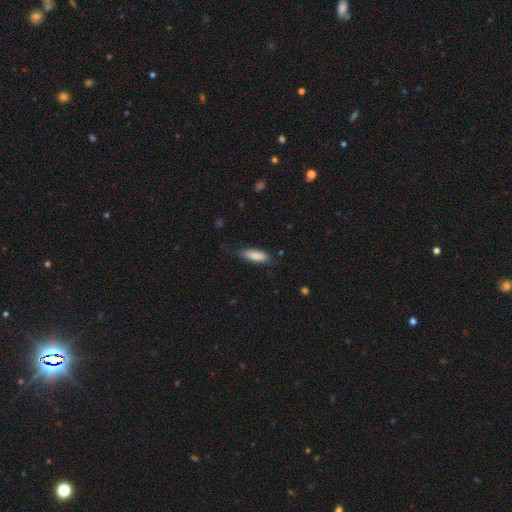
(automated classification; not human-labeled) A smooth galaxy with no disk features (86%) that is in between round and cigar-shaped (62%).

Vote fractions:
- Smooth or featured? smooth: 86% / featured or disk: 8% / star or artifact: 6%
- How rounded? in between: 62% / cigar-shaped: 36% / round: 2%
- Merging? none: 73% / minor disturbance: 20% / major disturbance: 5% / merger: 1%